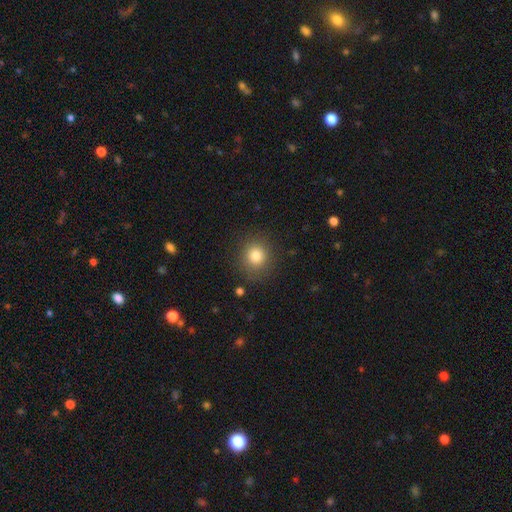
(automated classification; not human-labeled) A smooth galaxy with no disk features (82%) that is round (88%).

Vote fractions:
- Smooth or featured? smooth: 82% / star or artifact: 12% / featured or disk: 7%
- How rounded? round: 88% / in between: 11% / cigar-shaped: 1%
- Merging? none: 87% / minor disturbance: 8% / major disturbance: 3% / merger: 1%